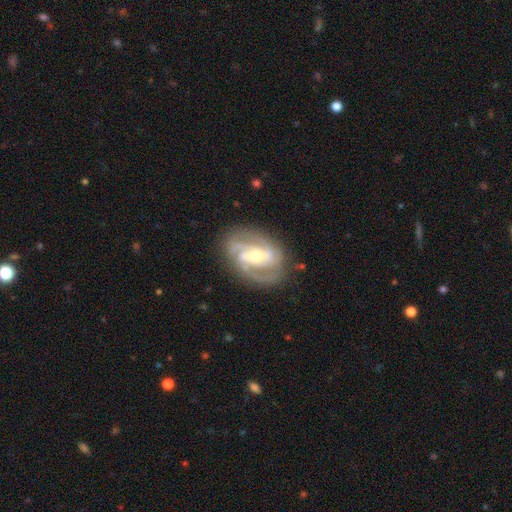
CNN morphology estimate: smooth_or_featured: featured or disk (p=0.90) [alt: smooth p=0.05]
disk_edge_on: no (p=0.97) [alt: yes p=0.03]
bar: strong (p=0.41) [alt: weak p=0.39]
has_spiral_arms: yes (p=0.97) [alt: no p=0.03]
spiral_winding: tight (p=0.47) [alt: medium p=0.44]
spiral_arm_count: 3 (p=0.44) [alt: 2 p=0.30]
bulge_size: moderate (p=0.58) [alt: small p=0.37]
merging: none (p=0.79) [alt: minor disturbance p=0.15]